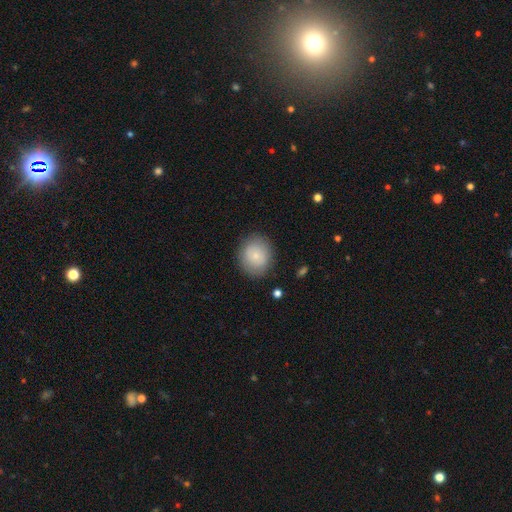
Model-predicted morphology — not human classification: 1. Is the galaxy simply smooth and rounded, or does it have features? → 77% smooth, 15% featured or disk, 7% star or artifact.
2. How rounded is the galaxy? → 77% round, 22% in between, 1% cigar-shaped.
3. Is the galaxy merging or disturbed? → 85% none, 11% minor disturbance, 4% major disturbance, 1% merger.